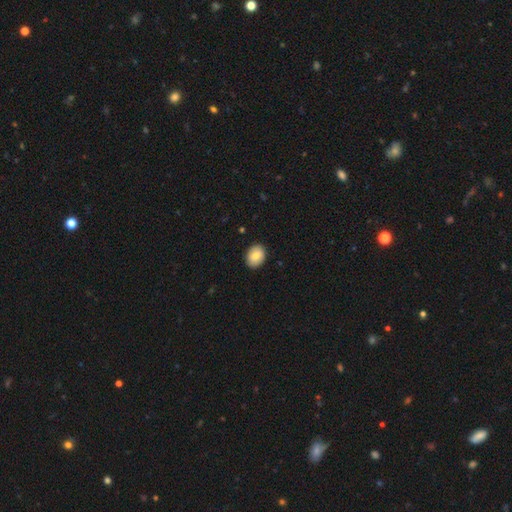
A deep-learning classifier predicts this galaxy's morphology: A smooth galaxy with no disk features (81%) that is in between round and cigar-shaped (56%). Merging: none (89%).